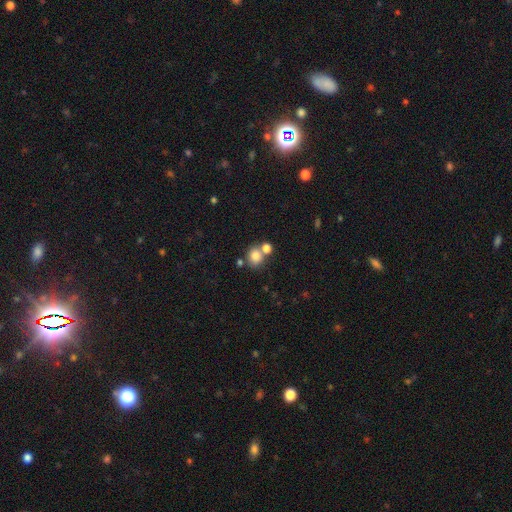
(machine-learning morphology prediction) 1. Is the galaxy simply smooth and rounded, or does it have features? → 81% smooth, 11% star or artifact, 8% featured or disk.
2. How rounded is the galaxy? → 71% round, 28% in between, 1% cigar-shaped.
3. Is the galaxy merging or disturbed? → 53% none, 34% merger, 9% minor disturbance, 4% major disturbance.